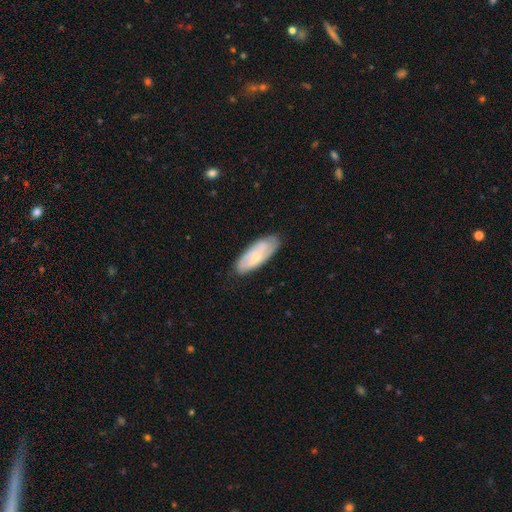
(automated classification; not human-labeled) This appears to be a featured or disk galaxy (50%). Merging: none (79%).